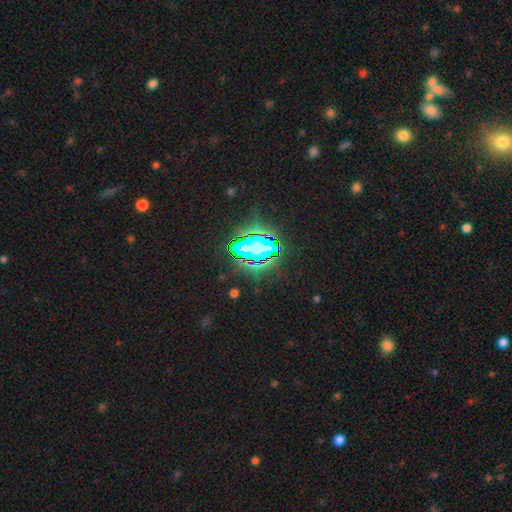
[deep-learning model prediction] smooth-or-featured: star or artifact: 75% | smooth: 15% | featured or disk: 10%